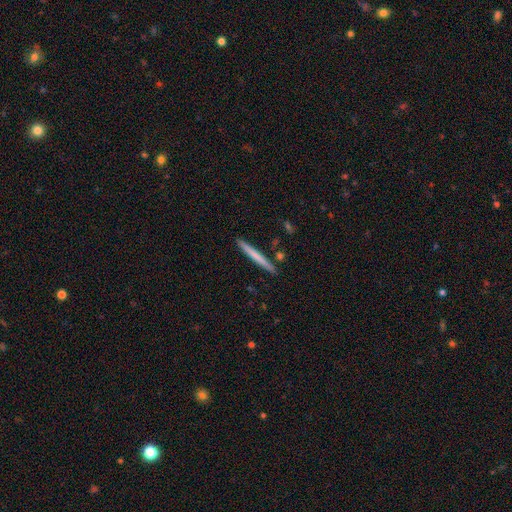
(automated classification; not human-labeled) The model was most divided on "smooth or featured": smooth: 63%, featured or disk: 32%, star or artifact: 5%. More confident: how rounded — cigar-shaped (97%); merging — none (90%).